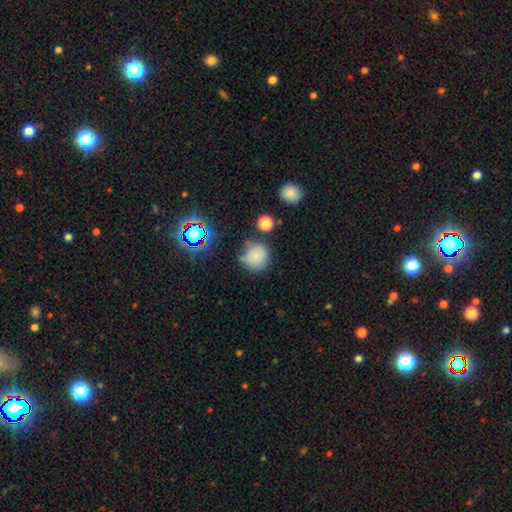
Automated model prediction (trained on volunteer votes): A smooth galaxy with no disk features (75%) that is round (91%).

Vote fractions:
- Smooth or featured? smooth: 75% / star or artifact: 15% / featured or disk: 10%
- How rounded? round: 91% / in between: 8% / cigar-shaped: 1%
- Merging? none: 68% / minor disturbance: 19% / merger: 7% / major disturbance: 6%